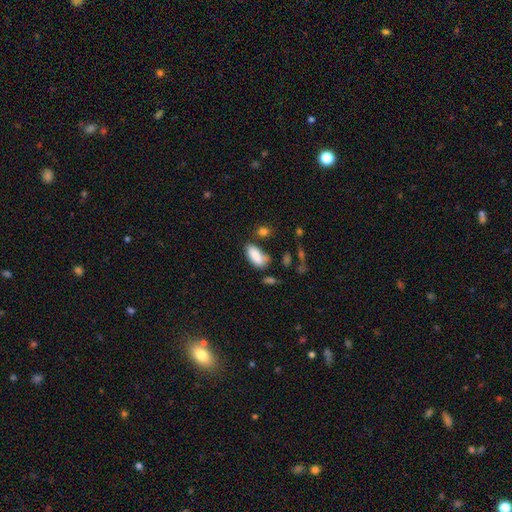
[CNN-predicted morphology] The model was most divided on "merging": none: 54%, minor disturbance: 27%, major disturbance: 10%, merger: 9%. More confident: how rounded — in between (89%); smooth or featured — smooth (85%).